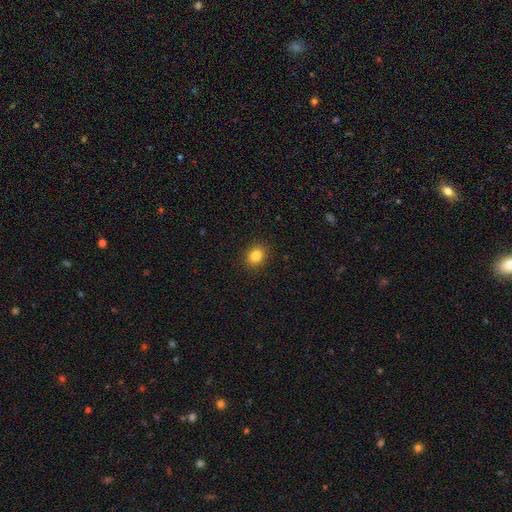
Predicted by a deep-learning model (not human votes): A smooth galaxy with no disk features (83%) that is round (67%). Merging: none (91%).